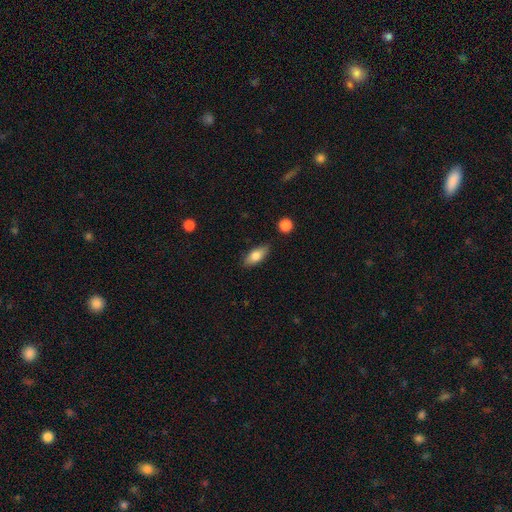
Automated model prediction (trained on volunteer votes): A smooth galaxy with no disk features (77%) that is in between round and cigar-shaped (82%).

Vote fractions:
- Smooth or featured? smooth: 77% / featured or disk: 16% / star or artifact: 7%
- How rounded? in between: 82% / cigar-shaped: 14% / round: 3%
- Merging? none: 84% / minor disturbance: 11% / major disturbance: 2% / merger: 2%